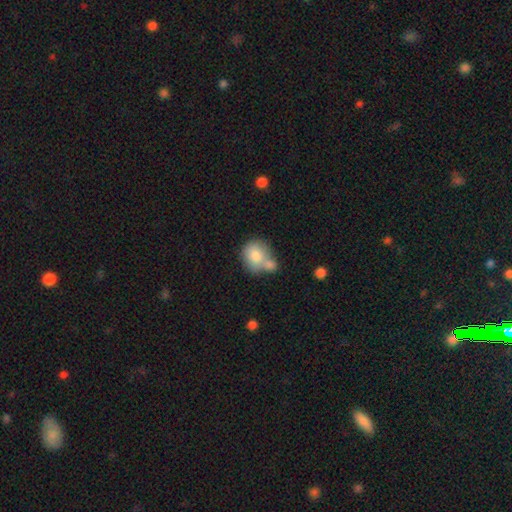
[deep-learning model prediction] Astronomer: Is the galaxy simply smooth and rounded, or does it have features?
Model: smooth — 77%.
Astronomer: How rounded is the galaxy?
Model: round — 77%.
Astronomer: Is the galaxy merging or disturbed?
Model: merger — 44% (runner-up: none, 39%).